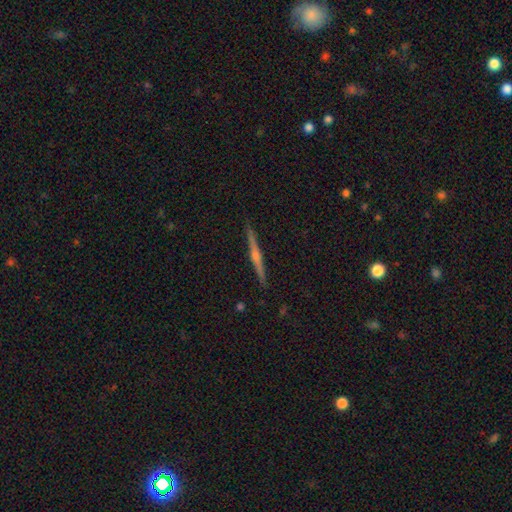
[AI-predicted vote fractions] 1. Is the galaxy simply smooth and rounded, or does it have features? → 74% featured or disk, 18% smooth, 8% star or artifact.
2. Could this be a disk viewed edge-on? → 98% yes, 2% no.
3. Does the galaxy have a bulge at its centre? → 75% rounded, 18% none, 7% boxy.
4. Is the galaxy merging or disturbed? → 90% none, 7% minor disturbance, 1% major disturbance, 1% merger.